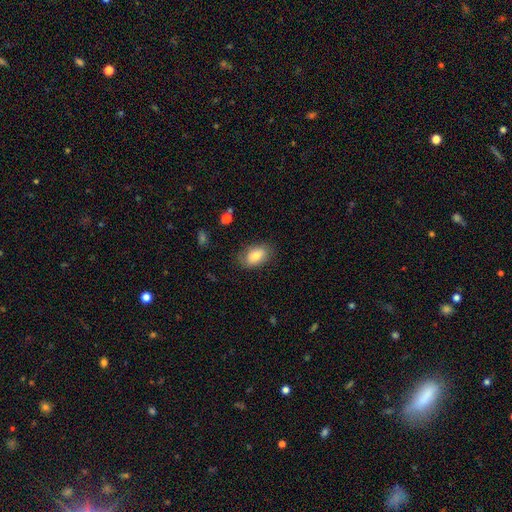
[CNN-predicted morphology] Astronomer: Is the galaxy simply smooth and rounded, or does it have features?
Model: smooth — 80%.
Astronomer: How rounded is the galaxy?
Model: in between — 90%.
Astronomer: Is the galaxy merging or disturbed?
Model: none — 79%.